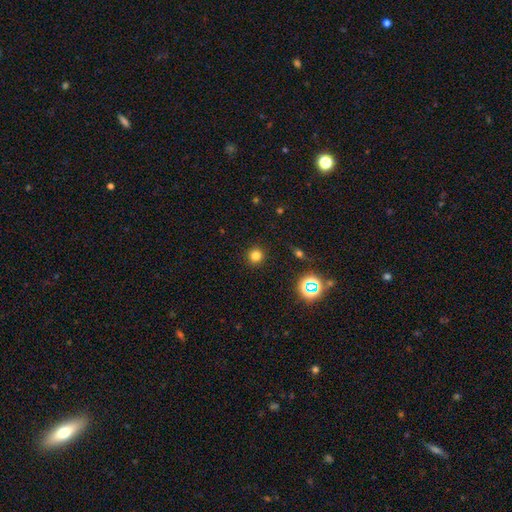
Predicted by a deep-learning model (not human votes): Smooth or featured: smooth — 78% (star or artifact — 17%)
How rounded: round — 94% (in between — 5%)
Merging: none — 92% (minor disturbance — 5%)